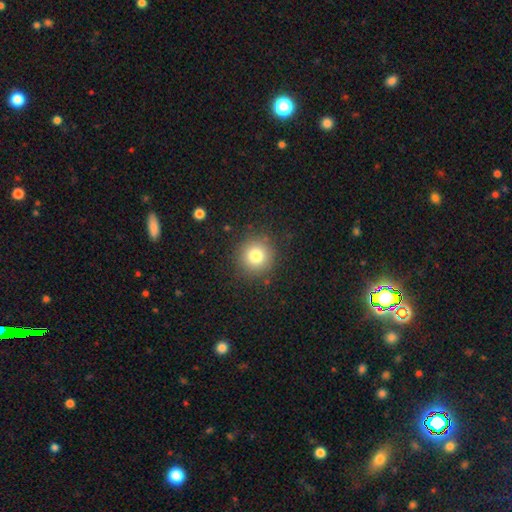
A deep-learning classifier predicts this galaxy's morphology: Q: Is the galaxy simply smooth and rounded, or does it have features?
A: smooth — 80%.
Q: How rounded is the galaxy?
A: round — 93%.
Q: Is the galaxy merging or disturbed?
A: none — 88%.